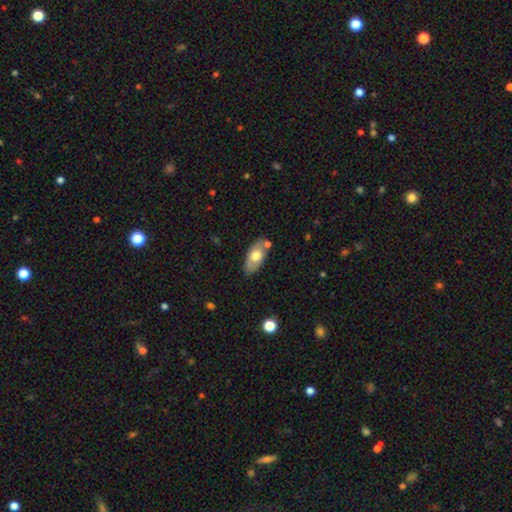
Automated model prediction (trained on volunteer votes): Smooth or featured? Predicted: smooth (p=0.63). How rounded? Predicted: in between (p=0.92). Merging? Predicted: none (p=0.72).